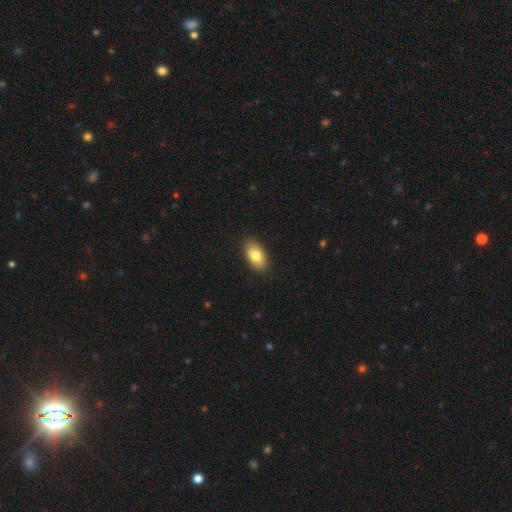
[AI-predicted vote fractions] Smooth or featured: smooth — 79% (featured or disk — 14%)
How rounded: in between — 91% (round — 6%)
Merging: none — 87% (minor disturbance — 10%)